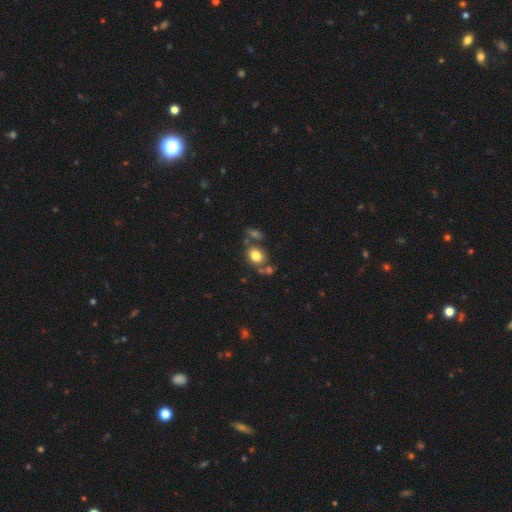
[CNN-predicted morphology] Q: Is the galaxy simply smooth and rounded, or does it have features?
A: smooth — 79%.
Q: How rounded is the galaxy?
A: round — 53%.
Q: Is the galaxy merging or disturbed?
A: none — 62%.